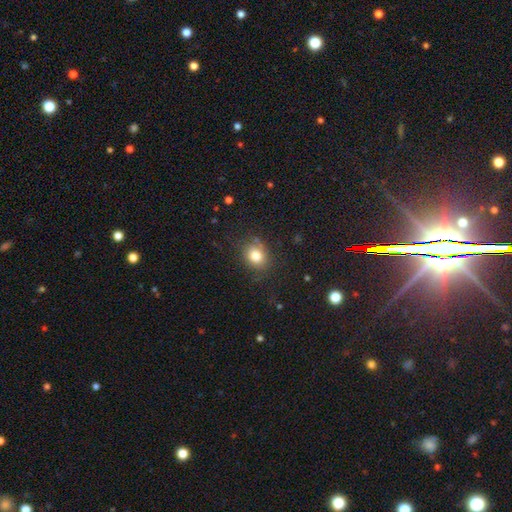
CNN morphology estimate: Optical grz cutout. It shows a smooth galaxy with no disk features (80%) that is round (63%). Merging: none (78%).